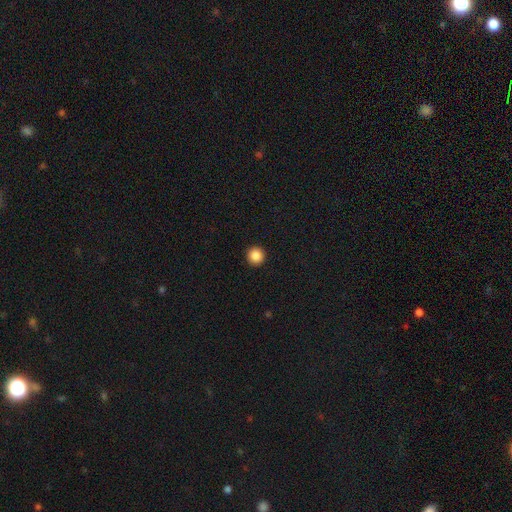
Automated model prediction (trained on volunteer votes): Smooth or featured: smooth — 87% (star or artifact — 10%)
How rounded: round — 96% (in between — 3%)
Merging: none — 94% (minor disturbance — 4%)